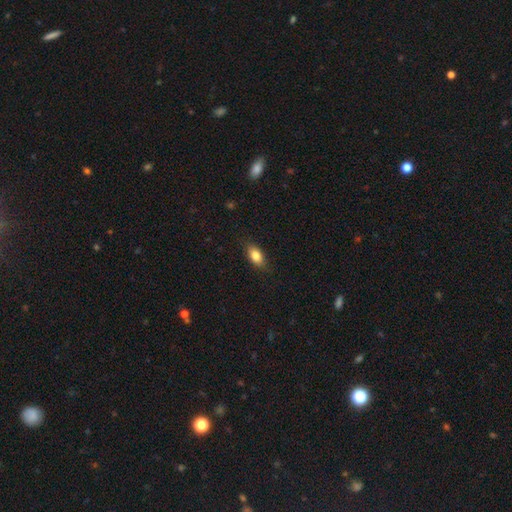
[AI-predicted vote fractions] Smooth or featured?
  - smooth: 82% *
  - featured or disk: 10%
  - star or artifact: 8%
How rounded?
  - in between: 87% *
  - round: 7%
  - cigar-shaped: 6%
Merging?
  - none: 83% *
  - minor disturbance: 13%
  - major disturbance: 3%
  - merger: 1%